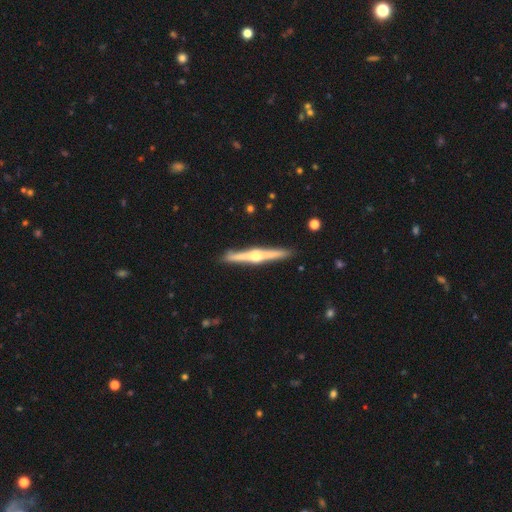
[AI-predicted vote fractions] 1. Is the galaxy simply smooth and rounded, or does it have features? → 79% featured or disk, 16% smooth, 5% star or artifact.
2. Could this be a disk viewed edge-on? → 98% yes, 2% no.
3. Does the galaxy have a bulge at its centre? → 92% rounded, 4% boxy, 4% none.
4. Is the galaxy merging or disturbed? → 91% none, 6% minor disturbance, 1% merger, 1% major disturbance.